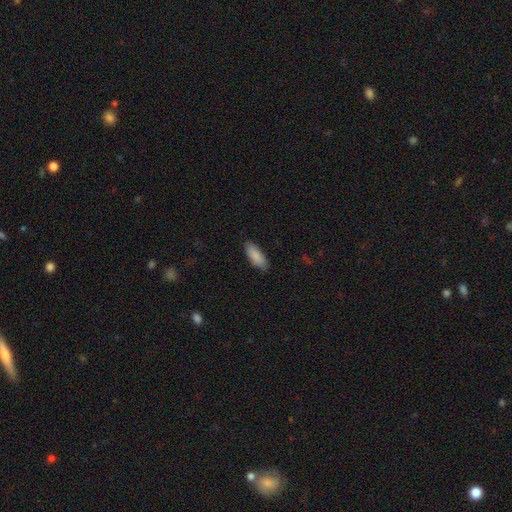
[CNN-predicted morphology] A smooth galaxy with no disk features (89%) that is in between round and cigar-shaped (74%).

Vote fractions:
- Smooth or featured? smooth: 89% / star or artifact: 6% / featured or disk: 5%
- How rounded? in between: 74% / cigar-shaped: 24% / round: 2%
- Merging? none: 87% / minor disturbance: 10% / major disturbance: 2% / merger: 1%